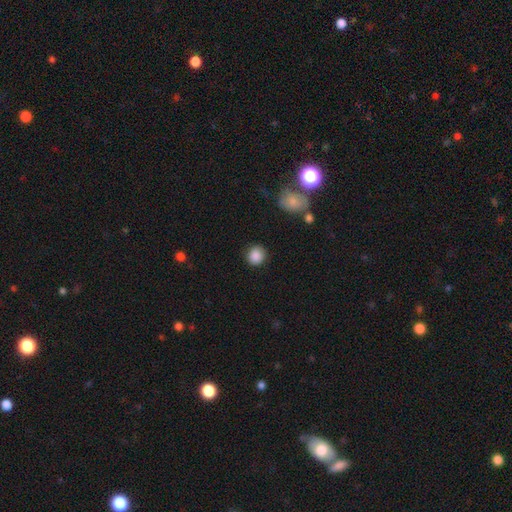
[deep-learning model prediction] smooth_or_featured: smooth (p=0.88) [alt: star or artifact p=0.09]
how_rounded: round (p=0.88) [alt: in between p=0.11]
merging: none (p=0.87) [alt: minor disturbance p=0.09]